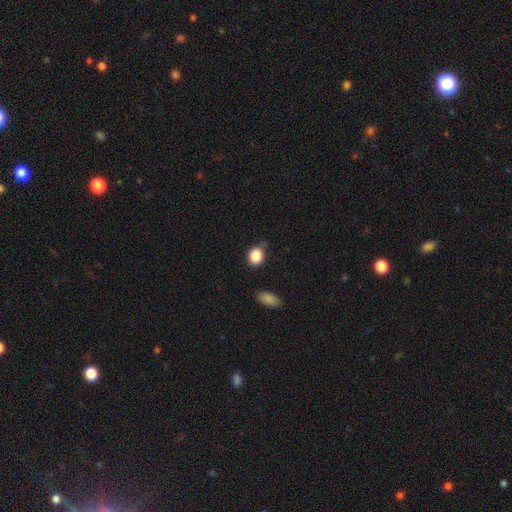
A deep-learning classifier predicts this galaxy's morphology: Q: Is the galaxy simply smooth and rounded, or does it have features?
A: smooth — 87%.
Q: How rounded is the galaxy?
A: round — 57%.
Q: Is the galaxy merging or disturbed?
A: none — 71%.